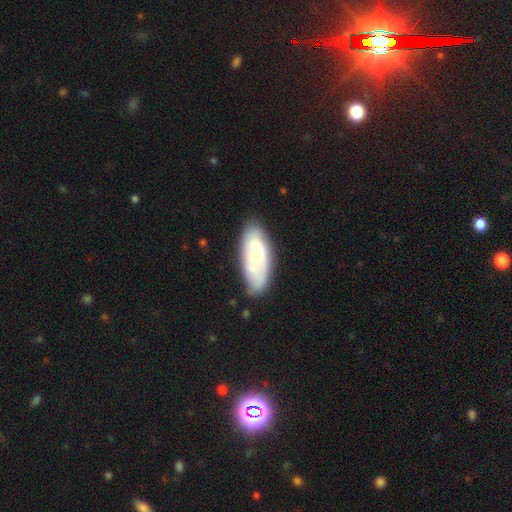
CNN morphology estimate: A featured or disk galaxy (47%, tied with smooth).

Vote fractions:
- Smooth or featured? featured or disk: 47% (tied) / smooth: 47% (tied) / star or artifact: 6%
- Merging? none: 76% / minor disturbance: 18% / major disturbance: 4% / merger: 2%